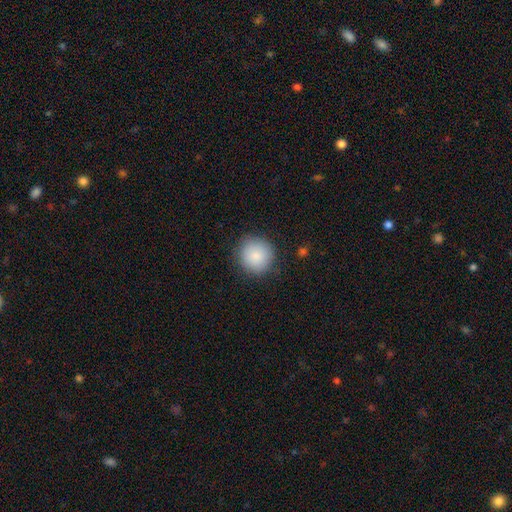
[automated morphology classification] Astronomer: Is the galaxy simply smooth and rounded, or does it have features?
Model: smooth — 88%.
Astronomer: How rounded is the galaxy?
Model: round — 94%.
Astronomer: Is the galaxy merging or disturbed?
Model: none — 87%.